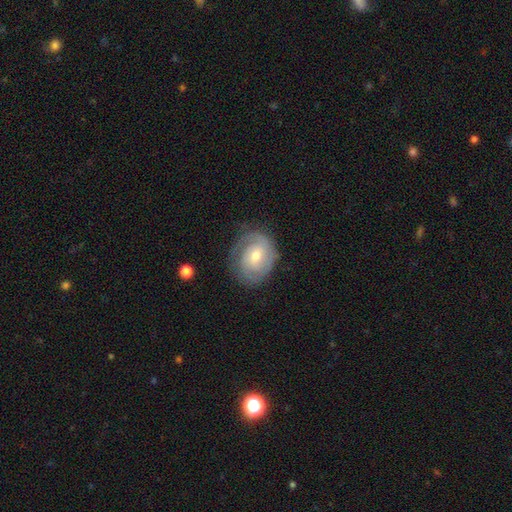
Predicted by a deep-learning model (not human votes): Morphology: type=featured or disk (70%); edge-on=no (97%); bar=no (54%); spiral arms=yes (88%); winding=tight (61%); arm count=2 (41%); bulge=moderate (58%); merging=none (71%).